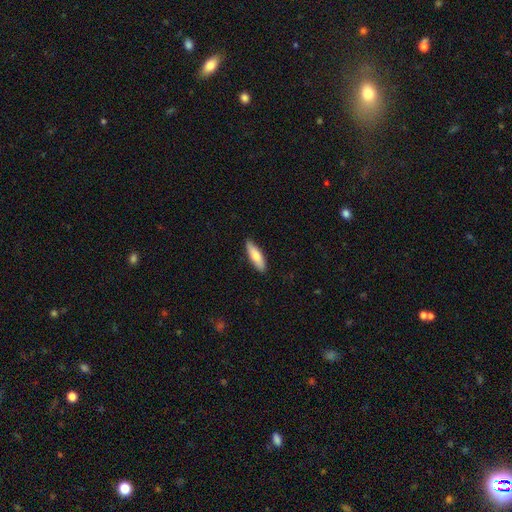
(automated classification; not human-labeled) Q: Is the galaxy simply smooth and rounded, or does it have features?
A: smooth — 74%.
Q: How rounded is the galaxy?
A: cigar-shaped — 57%.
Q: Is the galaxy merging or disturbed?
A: none — 88%.